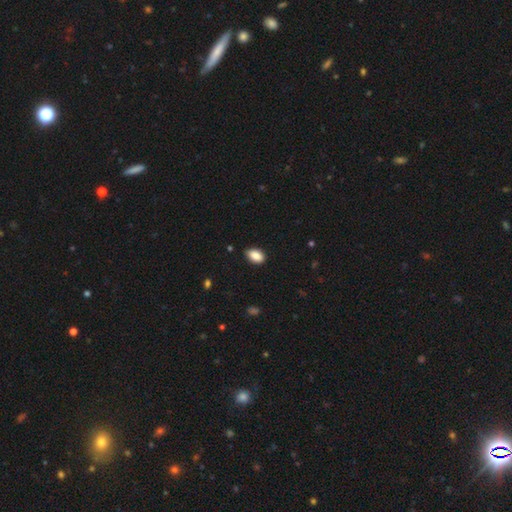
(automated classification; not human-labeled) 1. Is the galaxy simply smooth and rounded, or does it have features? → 88% smooth, 7% star or artifact, 5% featured or disk.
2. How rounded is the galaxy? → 91% in between, 7% round, 2% cigar-shaped.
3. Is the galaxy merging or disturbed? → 83% none, 14% minor disturbance, 2% major disturbance, 1% merger.